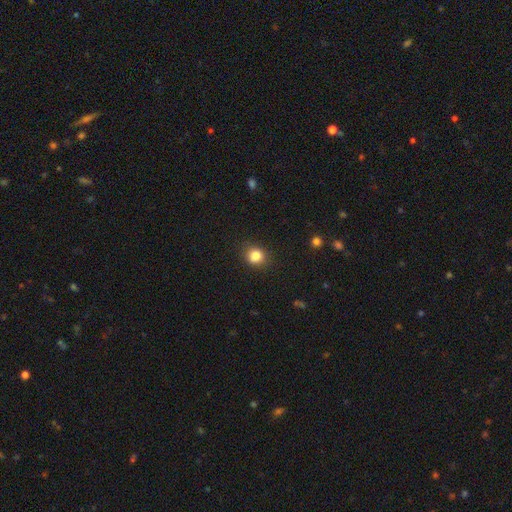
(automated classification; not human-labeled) Smooth or featured? smooth (84%)
How rounded? round (79%)
Merging? none (87%)